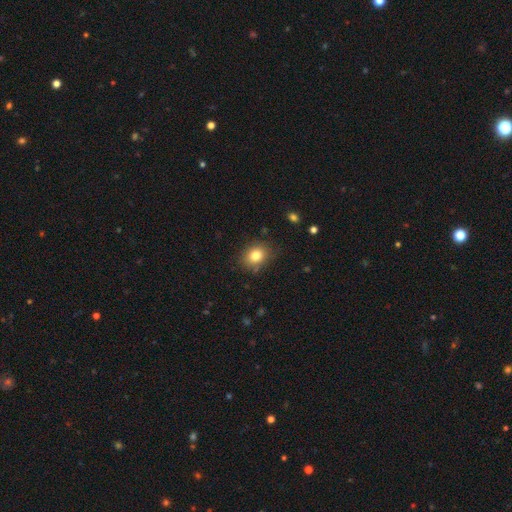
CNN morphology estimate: This is clearly a smooth galaxy (81%). How rounded: possibly round (53%). Merging: clearly none (82%).